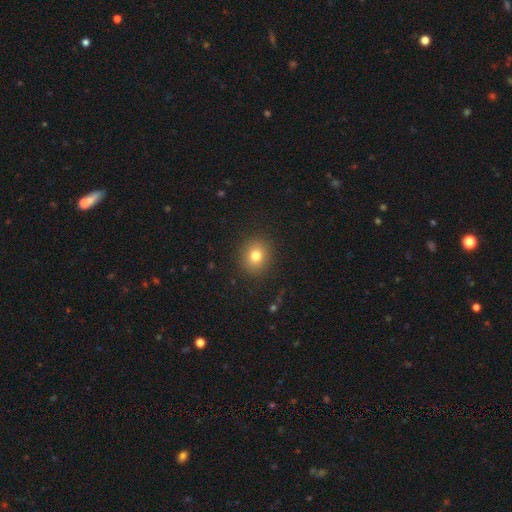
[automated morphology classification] Smooth or featured: smooth — 79% (star or artifact — 12%)
How rounded: round — 75% (in between — 24%)
Merging: none — 90% (minor disturbance — 7%)